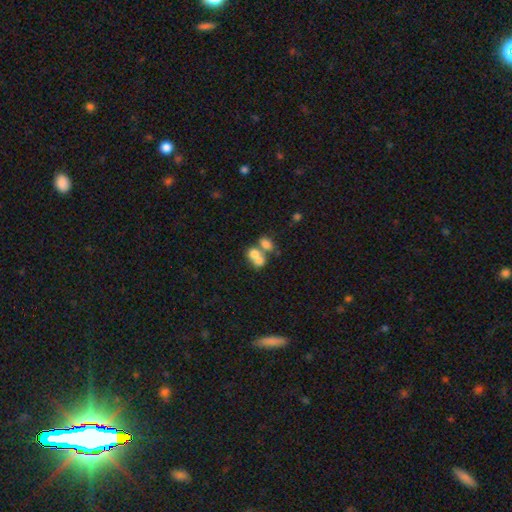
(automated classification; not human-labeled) The model was most divided on "how rounded": in between: 61%, round: 38%, cigar-shaped: 2%. More confident: smooth or featured — smooth (67%); merging — merger (66%).